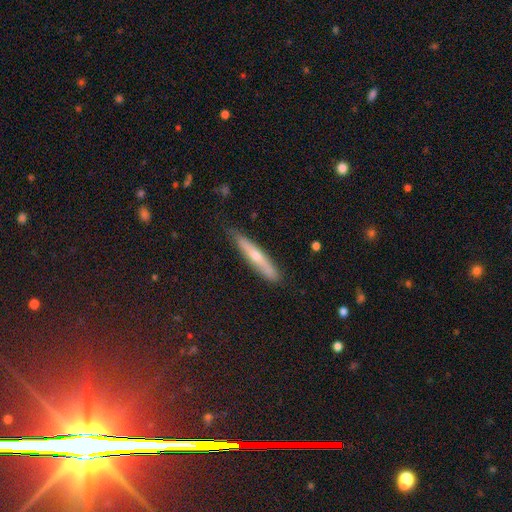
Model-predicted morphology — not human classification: Smooth or featured? Predicted: featured or disk (p=0.49). Merging? Predicted: none (p=0.81).